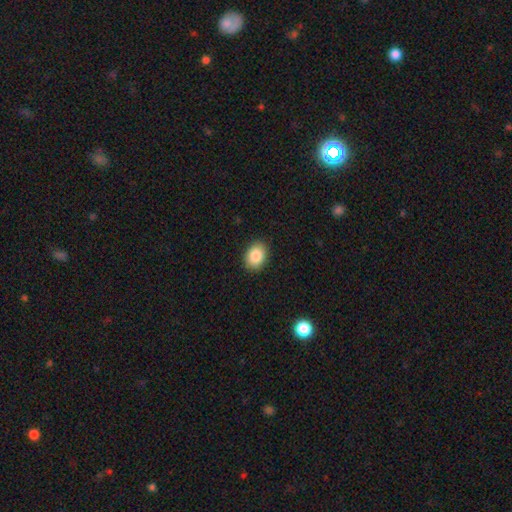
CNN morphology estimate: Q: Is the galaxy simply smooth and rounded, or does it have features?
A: smooth — 86%.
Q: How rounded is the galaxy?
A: in between — 73%.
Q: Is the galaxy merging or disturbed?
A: none — 89%.